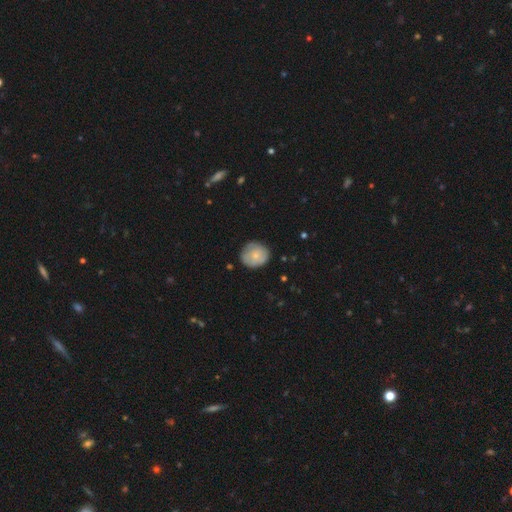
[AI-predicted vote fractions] Morphology: type=smooth (73%); roundness=round (85%); merging=none (78%).